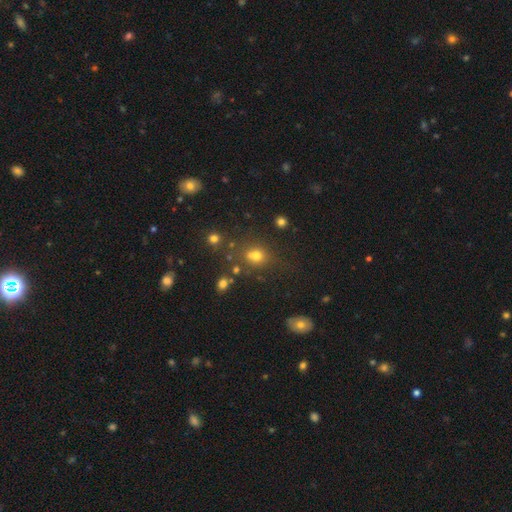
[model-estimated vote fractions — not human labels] Q: Smooth or featured?
A: smooth (67%); runner-up: star or artifact (21%)
Q: How rounded?
A: round (67%); runner-up: in between (32%)
Q: Merging?
A: none (54%); runner-up: merger (26%)